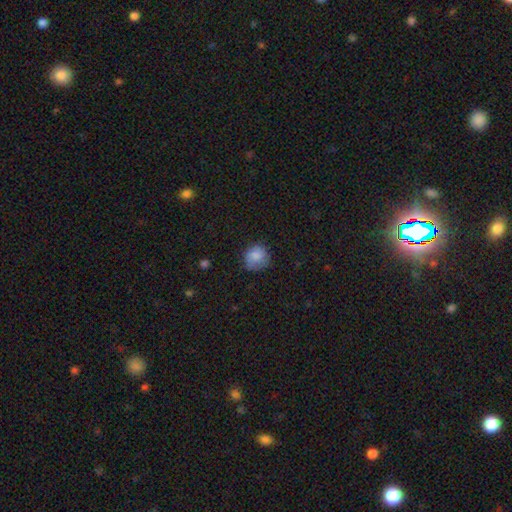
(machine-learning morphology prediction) smooth 84%, star or artifact 9%, featured or disk 7%. Down the decision tree: how rounded — round (84%); merging — none (65%).